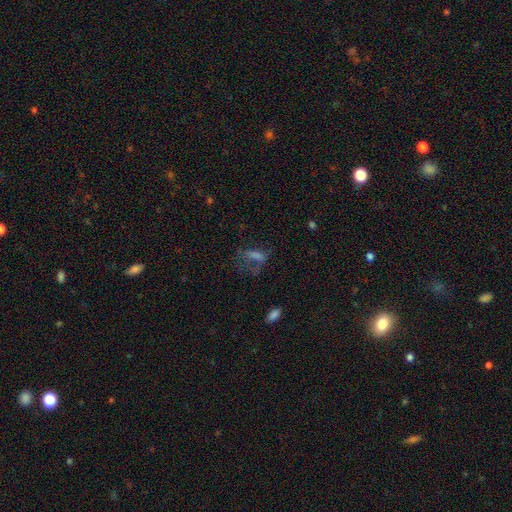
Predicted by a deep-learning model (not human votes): This appears to be a smooth galaxy with no disk features (42%). Merging: major disturbance (41%).